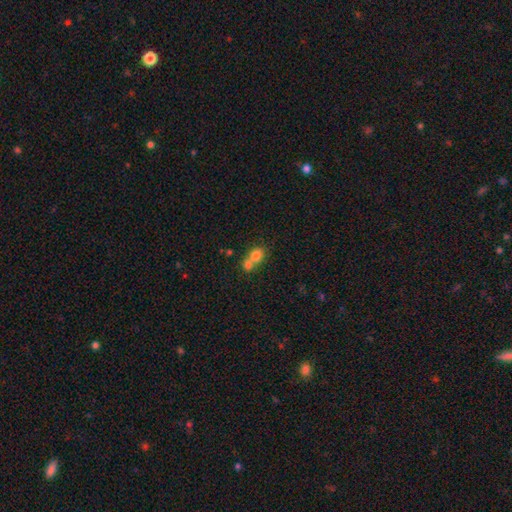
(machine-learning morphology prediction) smooth-or-featured: smooth: 77% | featured or disk: 13% | star or artifact: 10%
  how-rounded: round: 61% | in between: 37% | cigar-shaped: 1%
  merging: merger: 63% | none: 27% | minor disturbance: 6% | major disturbance: 3%